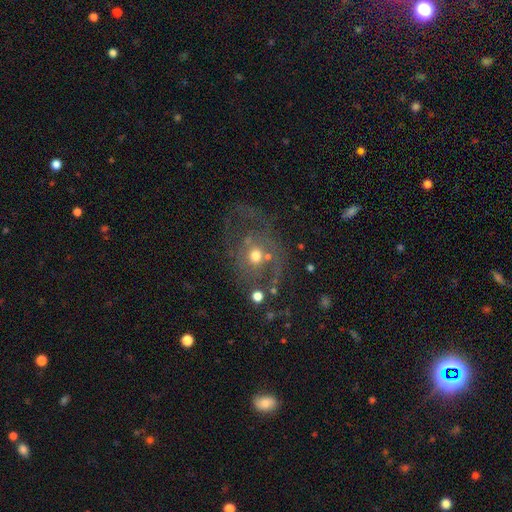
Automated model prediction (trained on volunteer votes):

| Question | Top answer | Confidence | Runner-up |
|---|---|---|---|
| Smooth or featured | featured or disk | 61% | smooth (27%) |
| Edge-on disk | no | 96% | yes (4%) |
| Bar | no | 82% | weak (14%) |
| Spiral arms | yes | 65% | no (35%) |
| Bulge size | moderate | 64% | small (27%) |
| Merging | none | 49% | major disturbance (26%) |